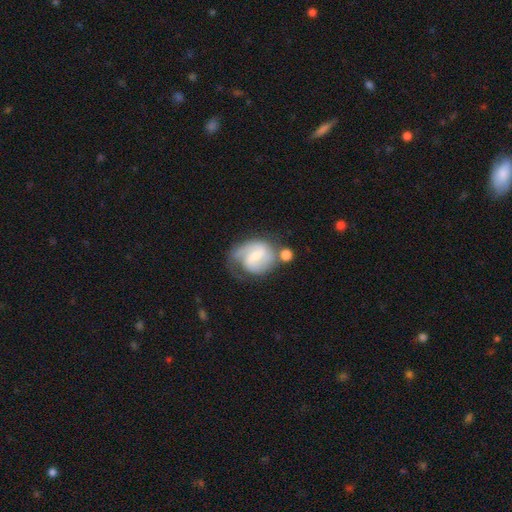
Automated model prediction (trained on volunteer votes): Smooth or featured: featured or disk — 74% (smooth — 20%)
Edge-on disk: no — 97% (yes — 3%)
Bar: weak — 56% (strong — 22%)
Spiral arms: yes — 92% (no — 8%)
Spiral winding: medium — 48% (tight — 30%)
Spiral arm count: 2 — 68% (1 — 13%)
Bulge size: small — 50% (moderate — 39%)
Merging: none — 47% (minor disturbance — 23%)